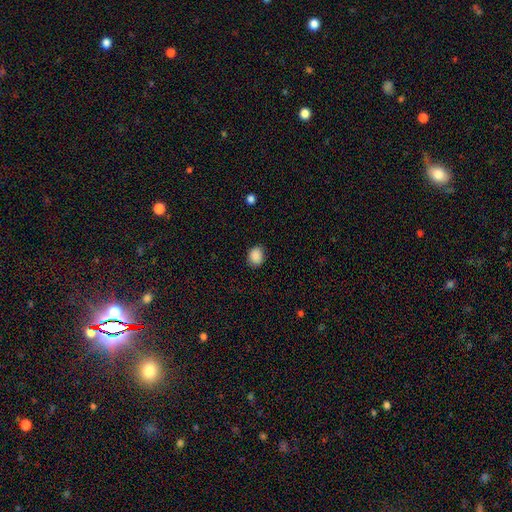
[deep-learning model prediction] Smooth or featured: smooth — 89% (star or artifact — 8%)
How rounded: in between — 52% (round — 48%)
Merging: none — 84% (minor disturbance — 12%)